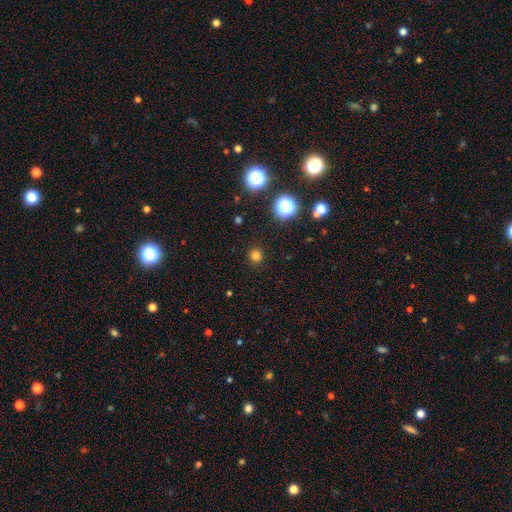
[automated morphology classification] A smooth galaxy with no disk features (77%) that is round (92%). Merging: none (91%).